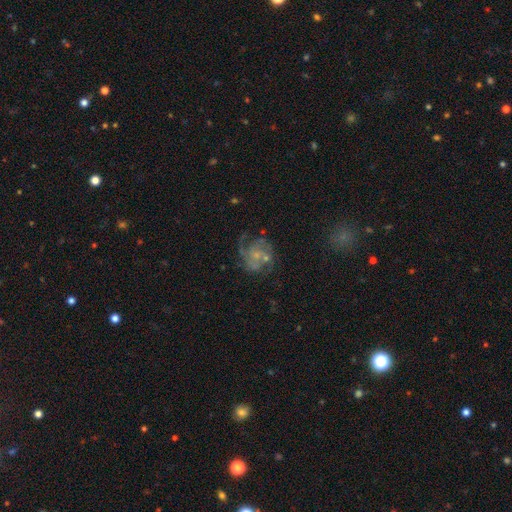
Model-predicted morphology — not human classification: Q: Smooth or featured?
A: featured or disk (73%); runner-up: smooth (17%)
Q: Edge-on disk?
A: no (98%); runner-up: yes (2%)
Q: Bar?
A: no (73%); runner-up: weak (23%)
Q: Spiral arms?
A: yes (86%); runner-up: no (14%)
Q: Spiral winding?
A: medium (44%); runner-up: tight (35%)
Q: Spiral arm count?
A: 2 (33%); runner-up: can't tell (26%)
Q: Bulge size?
A: small (65%); runner-up: moderate (19%)
Q: Merging?
A: none (50%); runner-up: major disturbance (21%)